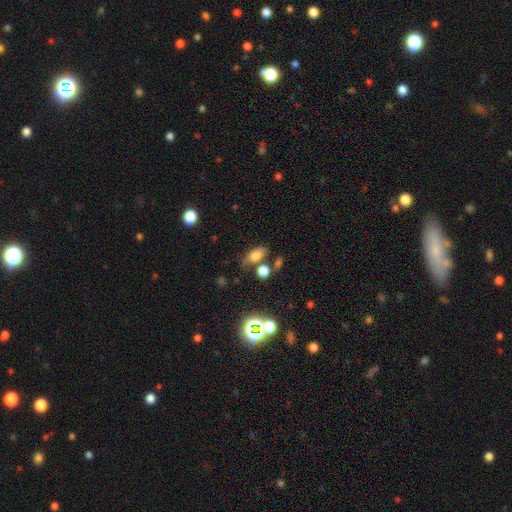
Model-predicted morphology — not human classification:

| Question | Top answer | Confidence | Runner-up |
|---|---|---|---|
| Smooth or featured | smooth | 70% | featured or disk (16%) |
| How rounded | in between | 83% | round (11%) |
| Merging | none | 50% | minor disturbance (22%) |